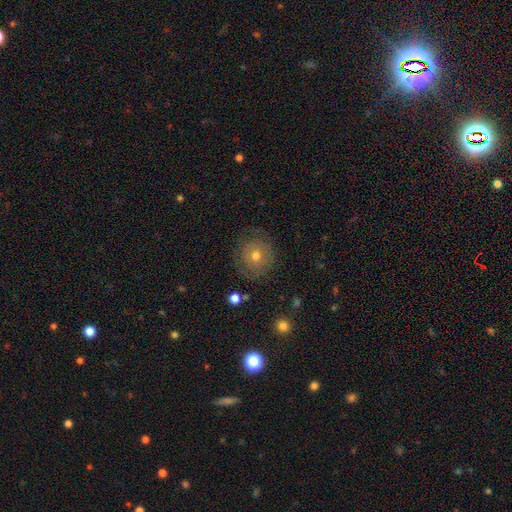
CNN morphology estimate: Overall: smooth (56%; featured or disk 30%). How rounded: round (93%). Merging: none (81%).